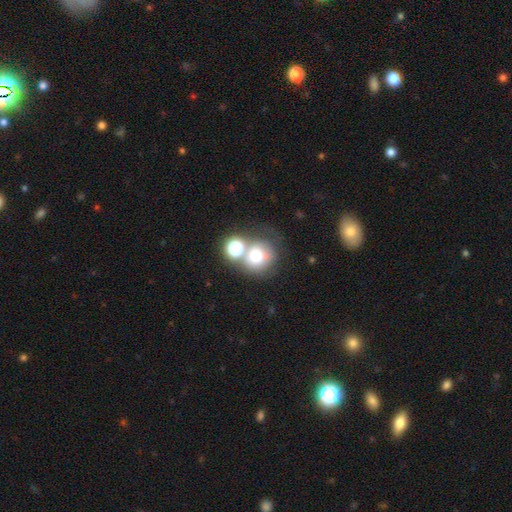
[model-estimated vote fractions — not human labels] smooth 67%, featured or disk 18%, star or artifact 15%. Down the decision tree: how rounded — round (84%); merging — none (41%).